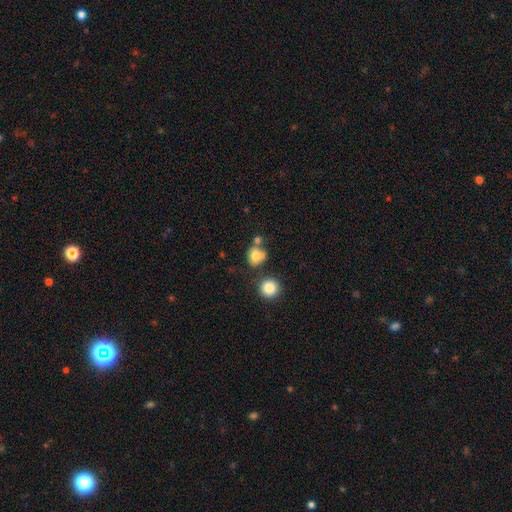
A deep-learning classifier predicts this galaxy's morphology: The model was most divided on "merging": none: 48%, merger: 31%, minor disturbance: 15%, major disturbance: 7%. More confident: smooth or featured — smooth (75%); how rounded — round (68%).